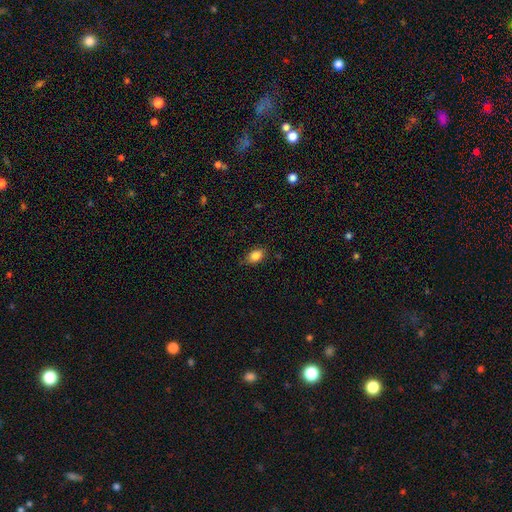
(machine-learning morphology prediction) type=smooth (85%); roundness=in between (82%); merging=none (81%).